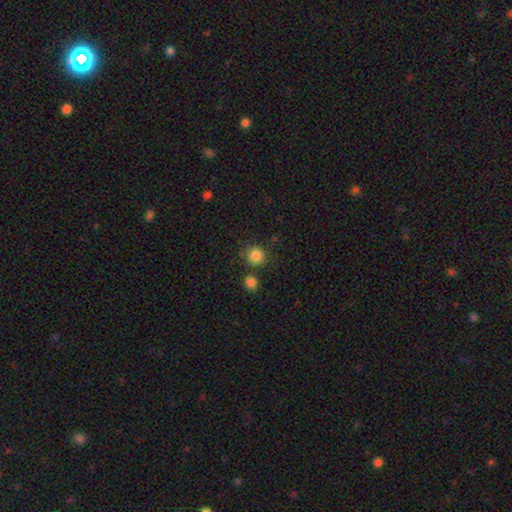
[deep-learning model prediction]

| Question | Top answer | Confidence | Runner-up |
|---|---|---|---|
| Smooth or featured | smooth | 85% | star or artifact (11%) |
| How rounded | round | 90% | in between (9%) |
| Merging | none | 76% | minor disturbance (10%) |